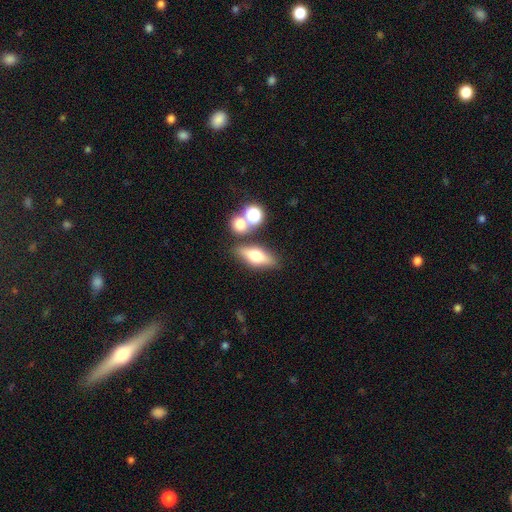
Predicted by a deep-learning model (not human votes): A smooth galaxy with no disk features (53%) that is in between round and cigar-shaped (61%).

Vote fractions:
- Smooth or featured? smooth: 53% / featured or disk: 38% / star or artifact: 10%
- How rounded? in between: 61% / cigar-shaped: 31% / round: 8%
- Merging? none: 76% / minor disturbance: 10% / merger: 10% / major disturbance: 4%